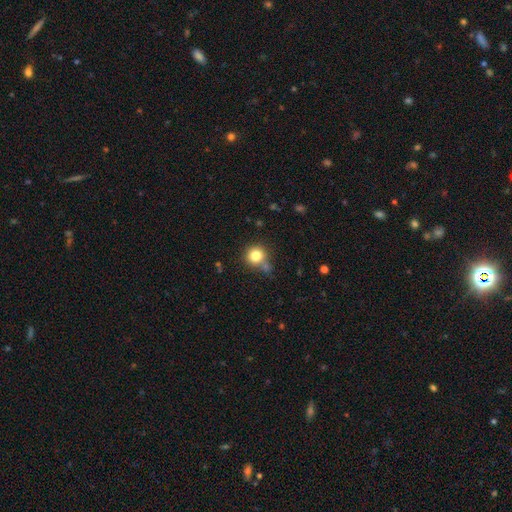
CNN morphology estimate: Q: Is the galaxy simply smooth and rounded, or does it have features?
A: smooth — 80%.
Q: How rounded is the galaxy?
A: round — 91%.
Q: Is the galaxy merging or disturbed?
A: none — 68%.